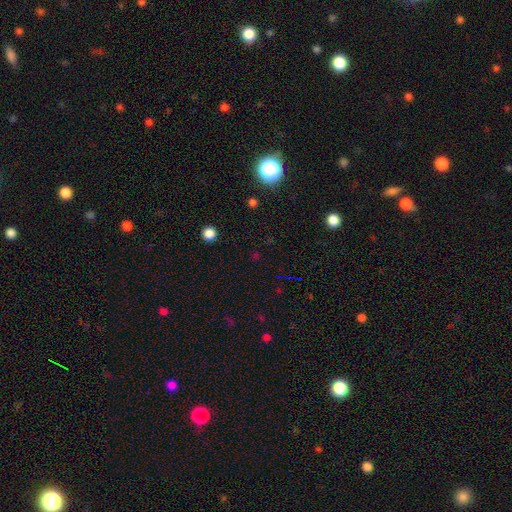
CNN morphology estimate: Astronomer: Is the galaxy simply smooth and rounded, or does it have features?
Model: star or artifact — 64%.